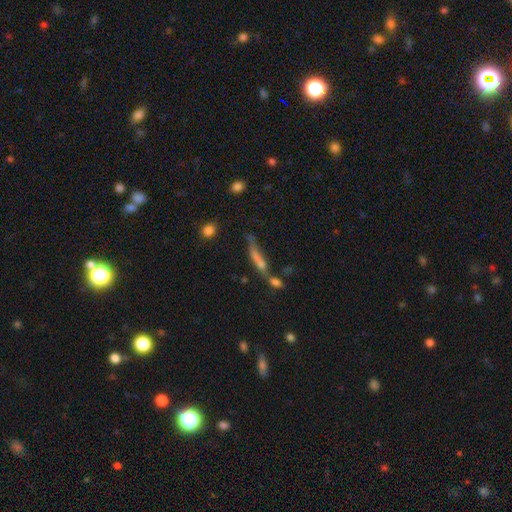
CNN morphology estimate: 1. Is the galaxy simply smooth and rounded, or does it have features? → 44% smooth, 41% featured or disk, 14% star or artifact.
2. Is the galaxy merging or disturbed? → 42% none, 26% merger, 18% minor disturbance, 14% major disturbance.